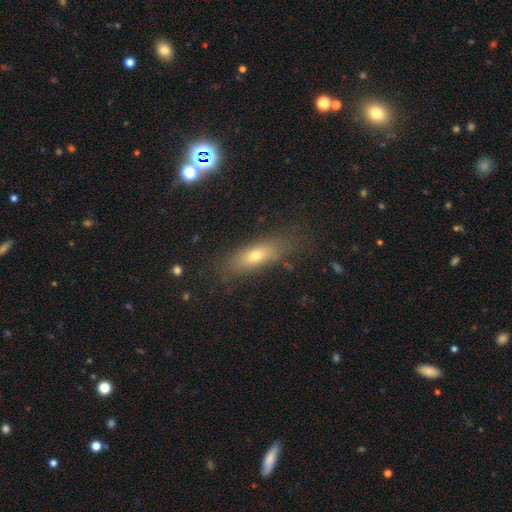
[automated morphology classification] Q: Smooth or featured?
A: smooth (66%); runner-up: featured or disk (23%)
Q: How rounded?
A: in between (55%); runner-up: cigar-shaped (40%)
Q: Merging?
A: none (73%); runner-up: minor disturbance (16%)